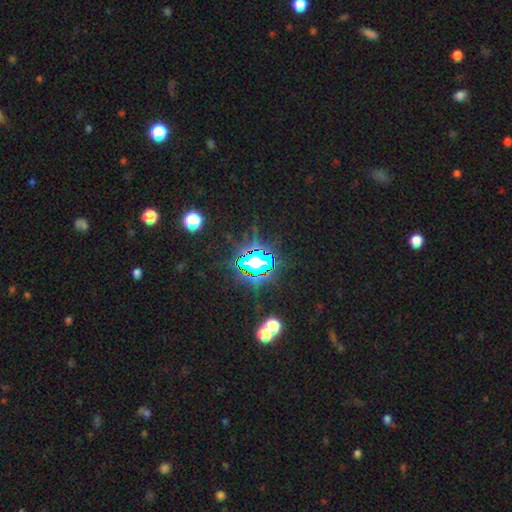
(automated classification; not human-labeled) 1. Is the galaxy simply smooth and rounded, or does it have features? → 77% star or artifact, 14% smooth, 9% featured or disk.